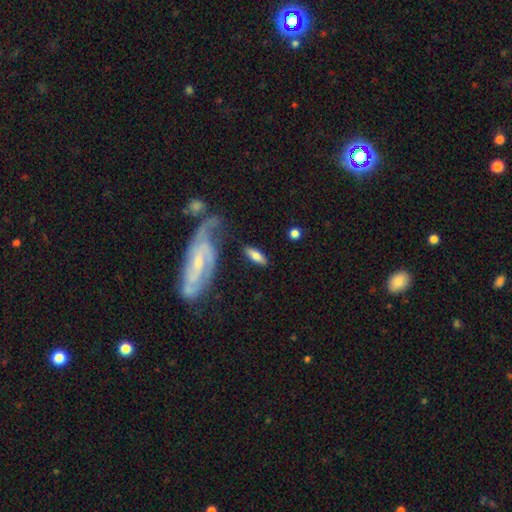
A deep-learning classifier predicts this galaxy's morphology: smooth 60%, featured or disk 35%, star or artifact 6%. Down the decision tree: how rounded — in between (62%); merging — none (73%).